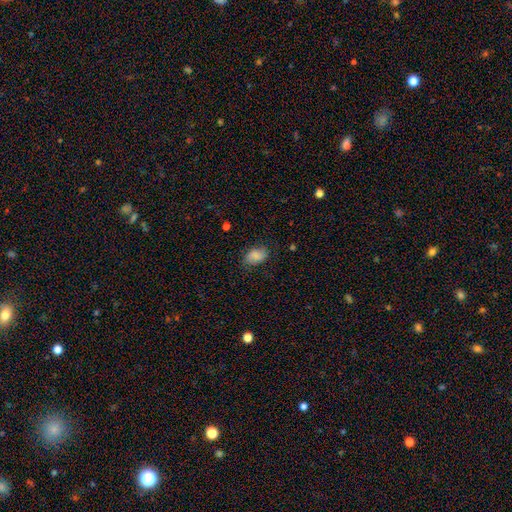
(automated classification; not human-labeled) This is clearly a smooth galaxy (82%). How rounded: clearly in between (86%). Merging: likely none (75%).